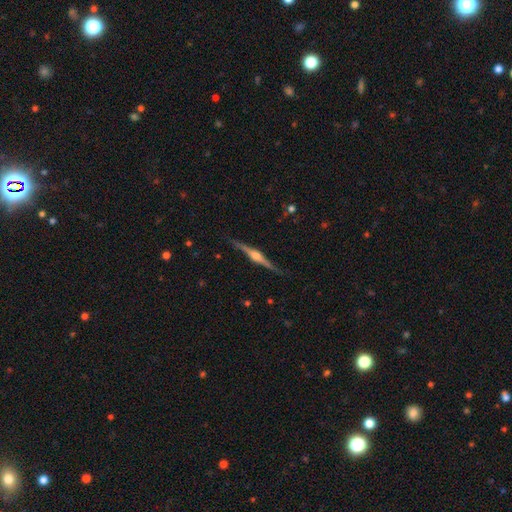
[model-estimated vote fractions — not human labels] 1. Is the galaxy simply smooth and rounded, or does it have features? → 84% featured or disk, 10% smooth, 5% star or artifact.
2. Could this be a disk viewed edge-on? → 98% yes, 2% no.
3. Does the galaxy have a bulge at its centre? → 89% rounded, 8% boxy, 3% none.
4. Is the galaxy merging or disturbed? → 87% none, 10% minor disturbance, 2% major disturbance, 1% merger.